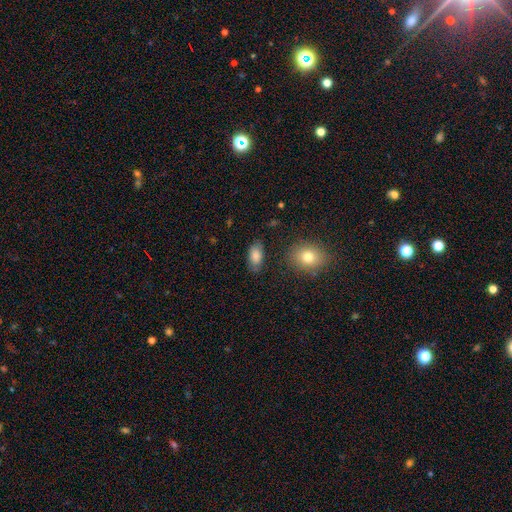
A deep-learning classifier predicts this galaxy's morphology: Overall: smooth (84%). How rounded: in between (93%). Merging: none (80%).